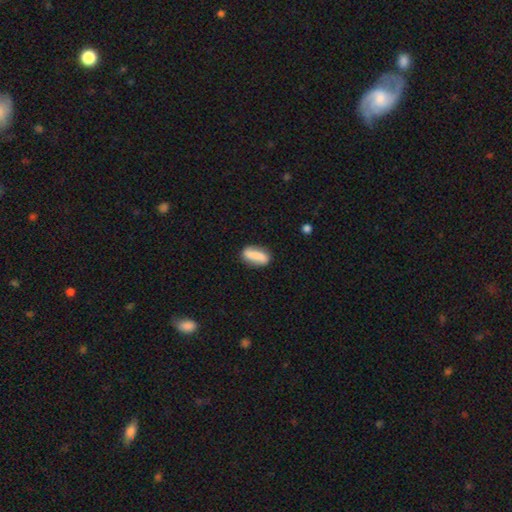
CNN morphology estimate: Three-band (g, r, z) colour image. It shows a smooth galaxy with no disk features (75%) that is in between round and cigar-shaped (68%). Merging: none (79%).